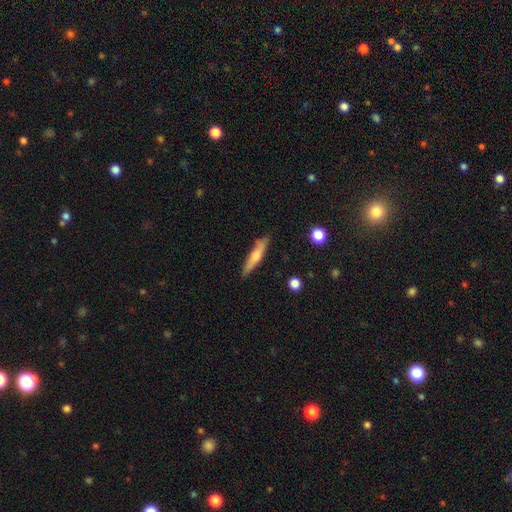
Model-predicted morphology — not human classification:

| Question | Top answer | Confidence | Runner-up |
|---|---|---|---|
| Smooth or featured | smooth | 54% | featured or disk (40%) |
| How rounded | cigar-shaped | 84% | in between (14%) |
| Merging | none | 81% | minor disturbance (14%) |